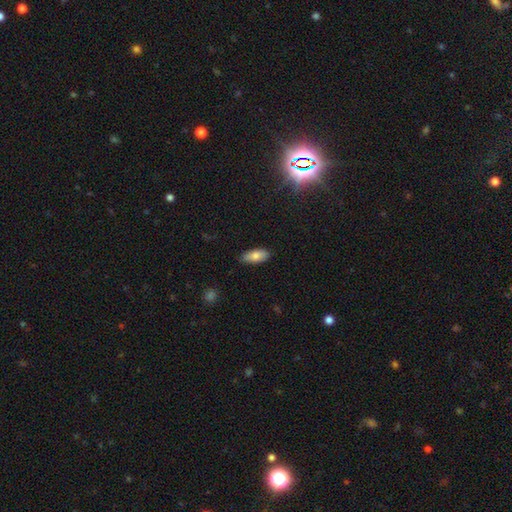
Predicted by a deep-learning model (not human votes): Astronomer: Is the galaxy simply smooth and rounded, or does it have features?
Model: smooth — 81%.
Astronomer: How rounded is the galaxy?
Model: in between — 85%.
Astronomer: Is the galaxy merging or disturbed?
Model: none — 86%.